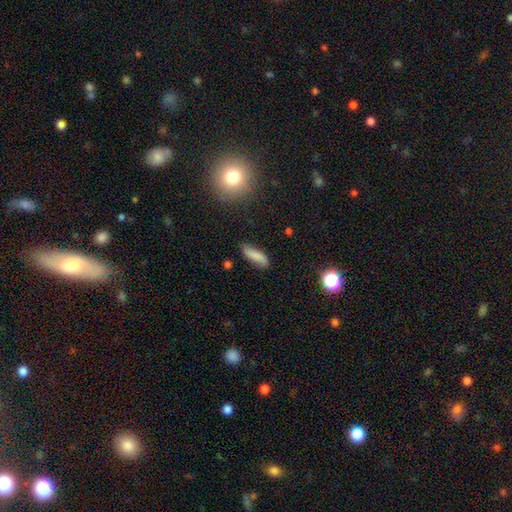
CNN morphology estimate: A smooth galaxy with no disk features (78%) that is cigar-shaped (49%, tied with in between). Merging: none (75%).